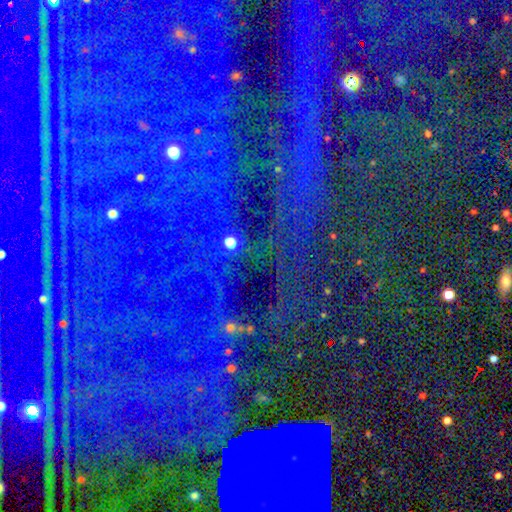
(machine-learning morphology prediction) smooth-or-featured: star or artifact: 85% | smooth: 8% | featured or disk: 7%